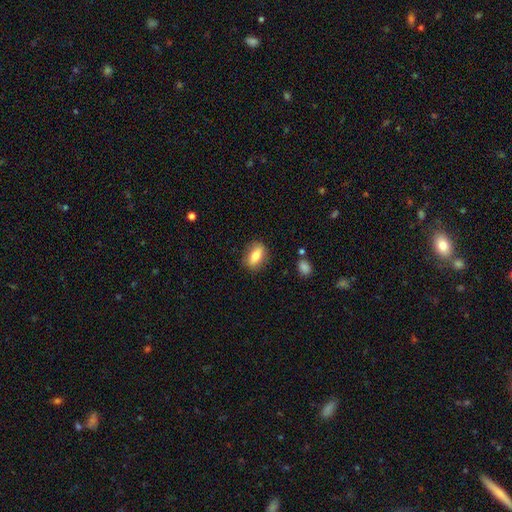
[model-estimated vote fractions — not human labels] Smooth or featured? Predicted: smooth (p=0.73). How rounded? Predicted: in between (p=0.78). Merging? Predicted: none (p=0.82).